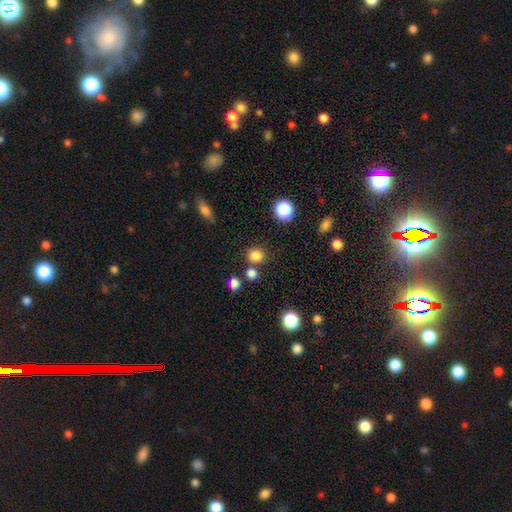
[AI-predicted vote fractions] Q: Smooth or featured?
A: smooth (82%); runner-up: star or artifact (14%)
Q: How rounded?
A: round (84%); runner-up: in between (15%)
Q: Merging?
A: none (77%); runner-up: merger (11%)